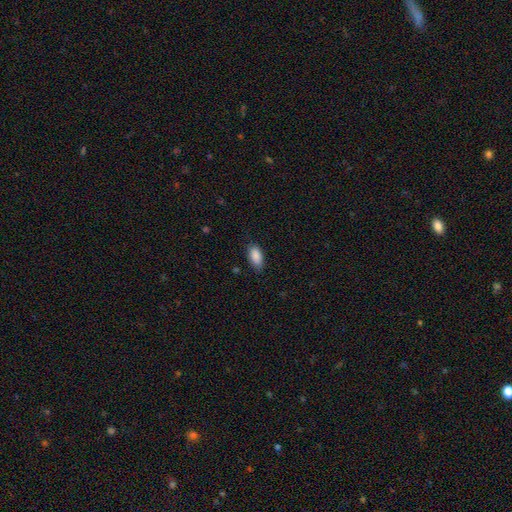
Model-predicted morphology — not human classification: Smooth or featured?
  - smooth: 89% *
  - star or artifact: 7%
  - featured or disk: 5%
How rounded?
  - in between: 92% *
  - cigar-shaped: 4%
  - round: 3%
Merging?
  - none: 80% *
  - minor disturbance: 16%
  - major disturbance: 3%
  - merger: 1%